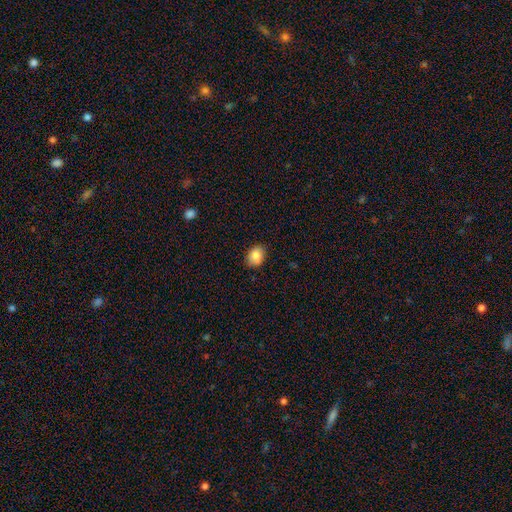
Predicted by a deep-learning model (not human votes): This appears to be a smooth galaxy with no disk features (86%) that is in between round and cigar-shaped (60%). Merging: none (84%).